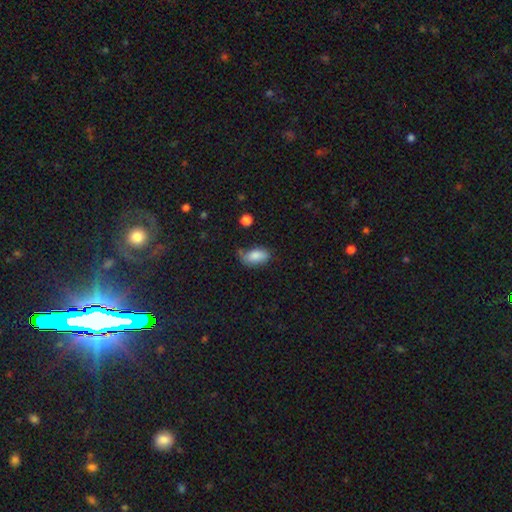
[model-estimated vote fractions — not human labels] Morphology: type=smooth (83%); roundness=in between (92%); merging=none (57%).